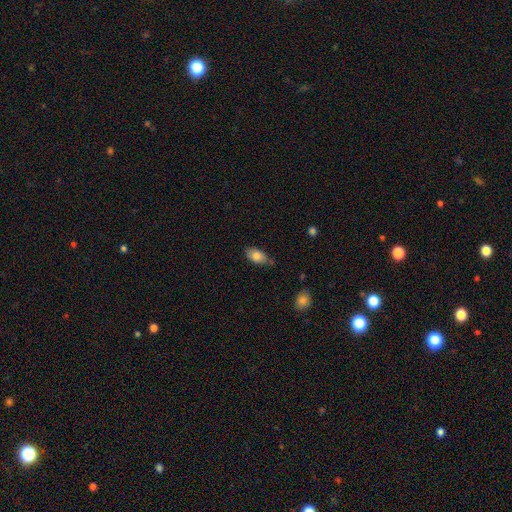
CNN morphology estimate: smooth 81%, featured or disk 11%, star or artifact 8%. Down the decision tree: how rounded — in between (92%); merging — none (76%).